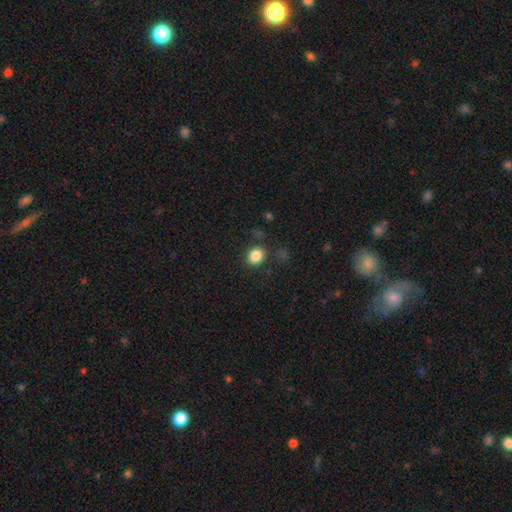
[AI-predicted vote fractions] This is clearly a smooth galaxy (85%). How rounded: possibly round (57%). Merging: clearly none (81%).